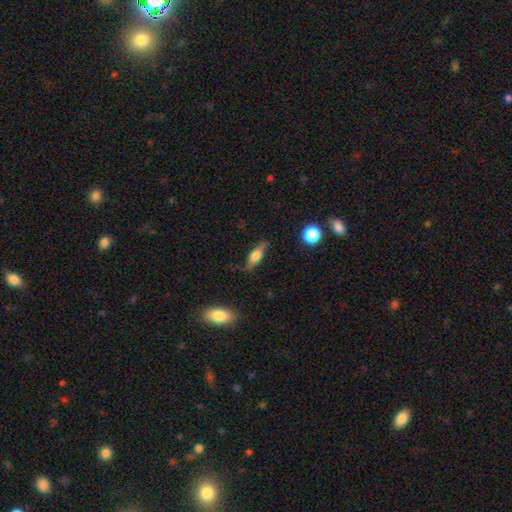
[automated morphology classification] smooth-or-featured: featured or disk: 46% (tied) | smooth: 46% (tied) | star or artifact: 8%
  merging: none: 73% | minor disturbance: 19% | major disturbance: 6% | merger: 2%